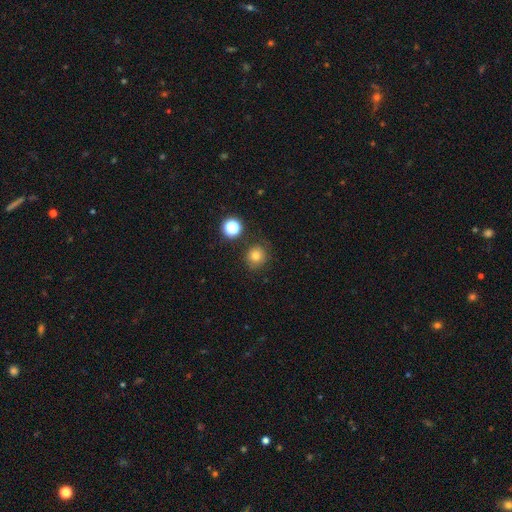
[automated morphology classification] Smooth or featured? Predicted: smooth (p=0.76). How rounded? Predicted: round (p=0.90). Merging? Predicted: none (p=0.82).